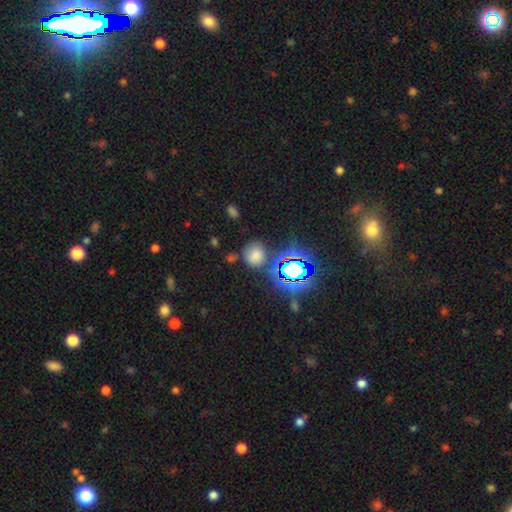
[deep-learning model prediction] Q: Smooth or featured?
A: smooth (66%); runner-up: star or artifact (26%)
Q: How rounded?
A: round (79%); runner-up: in between (20%)
Q: Merging?
A: none (71%); runner-up: minor disturbance (16%)